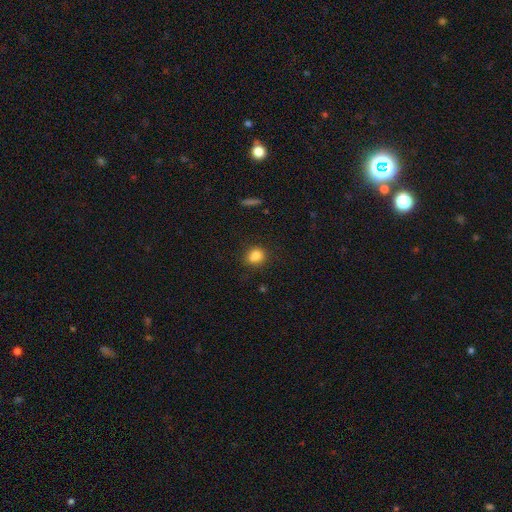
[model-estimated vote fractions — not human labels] Smooth or featured?
  - smooth: 83% *
  - star or artifact: 11%
  - featured or disk: 7%
How rounded?
  - round: 70% *
  - in between: 29%
  - cigar-shaped: 1%
Merging?
  - none: 75% *
  - minor disturbance: 16%
  - merger: 5%
  - major disturbance: 4%